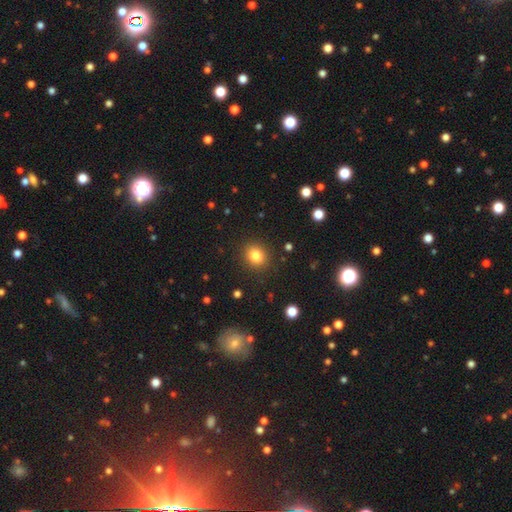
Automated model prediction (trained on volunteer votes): smooth_or_featured: smooth (p=0.82) [alt: star or artifact p=0.12]
how_rounded: round (p=0.76) [alt: in between p=0.23]
merging: none (p=0.89) [alt: minor disturbance p=0.07]